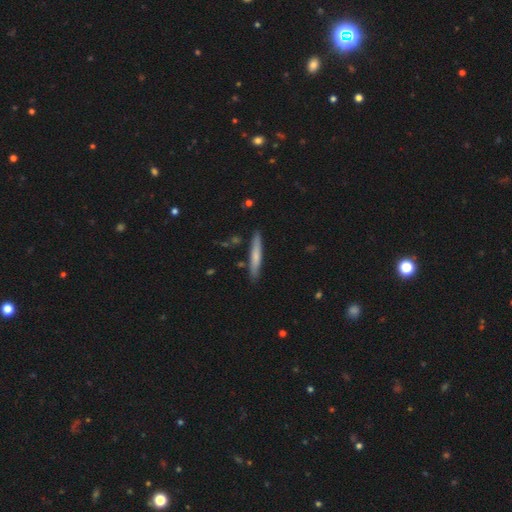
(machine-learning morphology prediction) Smooth or featured?
  - smooth: 64% *
  - featured or disk: 31%
  - star or artifact: 5%
How rounded?
  - cigar-shaped: 93% *
  - in between: 5%
  - round: 1%
Merging?
  - none: 86% *
  - minor disturbance: 9%
  - merger: 2%
  - major disturbance: 2%